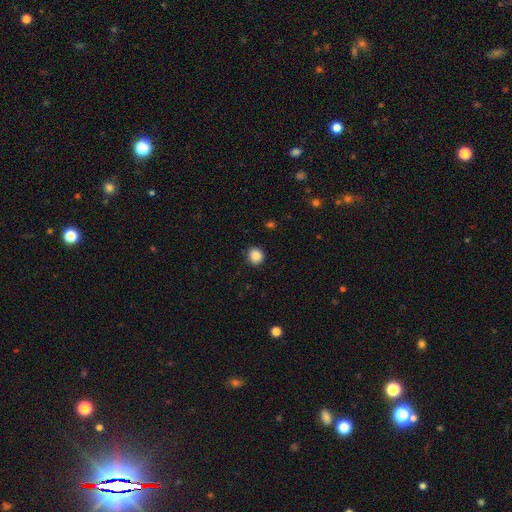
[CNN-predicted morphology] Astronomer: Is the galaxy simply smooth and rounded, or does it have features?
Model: smooth — 88%.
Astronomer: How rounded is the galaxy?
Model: round — 89%.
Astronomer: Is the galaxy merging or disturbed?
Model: none — 89%.